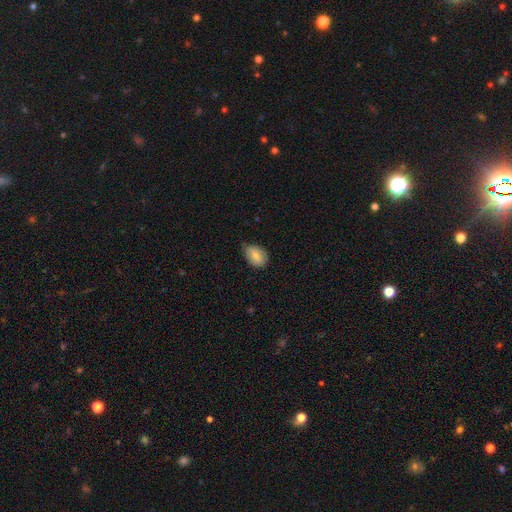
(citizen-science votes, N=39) A smooth galaxy with no disk features (79%) that is in between round and cigar-shaped (84%).

Vote fractions:
- Smooth or featured? smooth: 79% / featured or disk: 21% / star or artifact: 0%
- How rounded? in between: 84% / round: 16% / cigar-shaped: 0%
- Merging? none: 54% / minor disturbance: 33% / major disturbance: 13% / merger: 0%